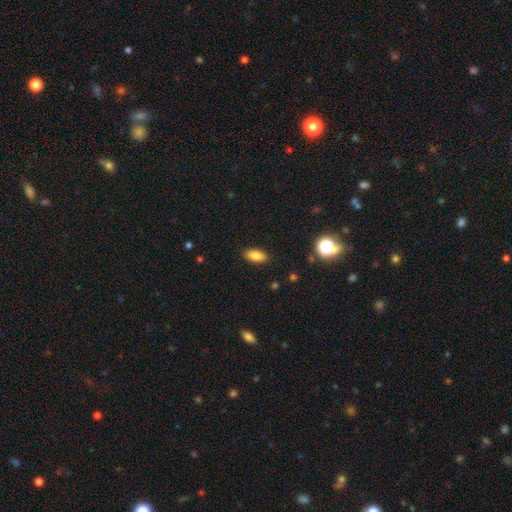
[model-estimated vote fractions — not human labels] Smooth or featured?
  - smooth: 84% *
  - star or artifact: 9%
  - featured or disk: 6%
How rounded?
  - in between: 88% *
  - cigar-shaped: 8%
  - round: 4%
Merging?
  - none: 89% *
  - minor disturbance: 8%
  - major disturbance: 2%
  - merger: 1%